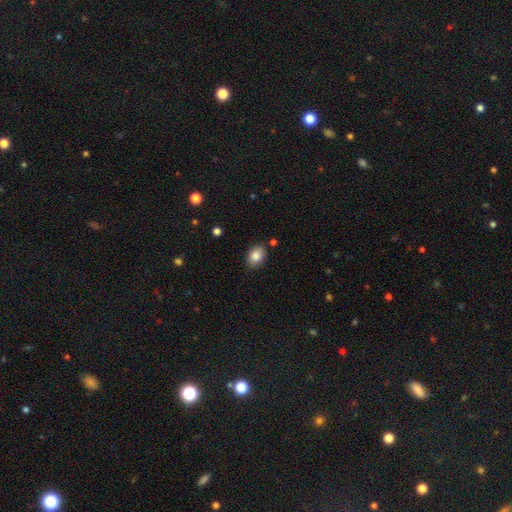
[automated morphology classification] smooth-or-featured: smooth: 86% | star or artifact: 8% | featured or disk: 6%
  how-rounded: in between: 75% | round: 24% | cigar-shaped: 1%
  merging: none: 85% | minor disturbance: 11% | major disturbance: 2% | merger: 2%